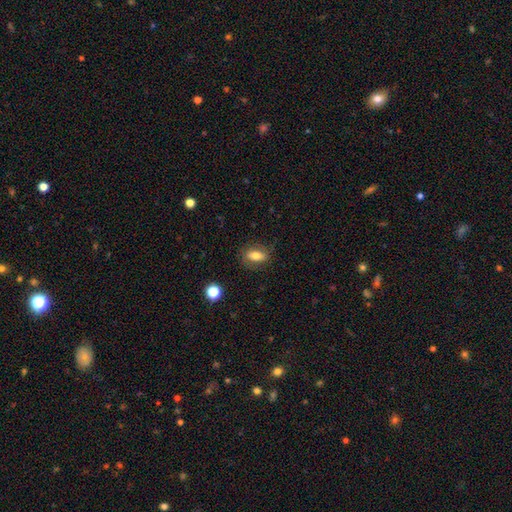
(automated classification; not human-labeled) The model was most divided on "smooth or featured": smooth: 66%, featured or disk: 25%, star or artifact: 9%. More confident: merging — none (78%); how rounded — in between (77%).